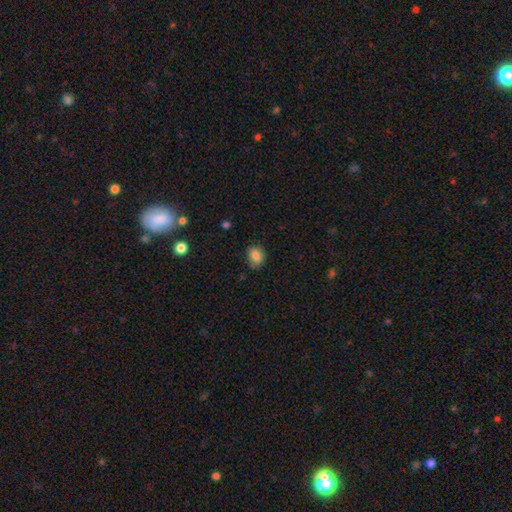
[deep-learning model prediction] Smooth or featured? smooth (82%)
How rounded? in between (57%)
Merging? none (76%)